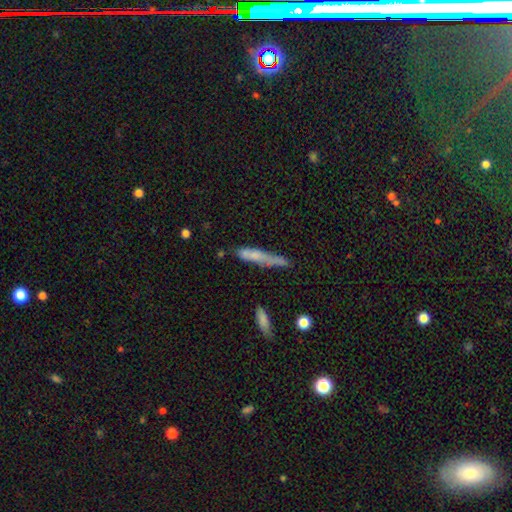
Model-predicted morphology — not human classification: Smooth or featured? Predicted: smooth (p=0.62). How rounded? Predicted: cigar-shaped (p=0.90). Merging? Predicted: none (p=0.54).